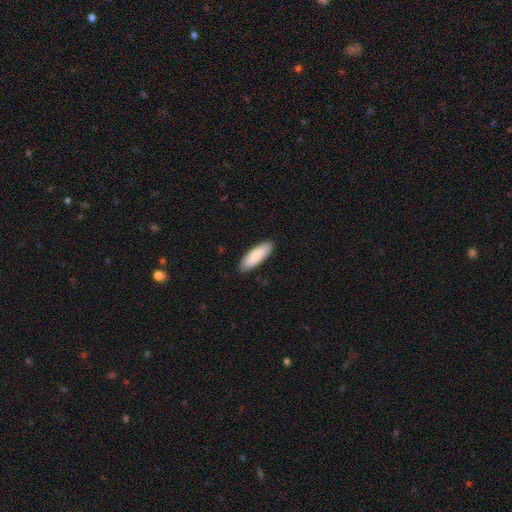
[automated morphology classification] Smooth or featured: smooth — 87% (featured or disk — 8%)
How rounded: in between — 57% (cigar-shaped — 42%)
Merging: none — 88% (minor disturbance — 9%)